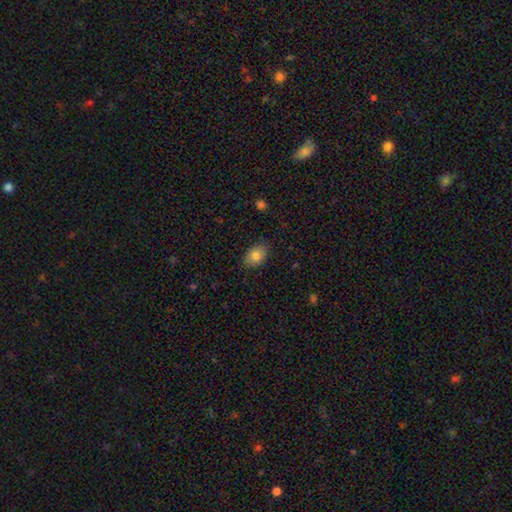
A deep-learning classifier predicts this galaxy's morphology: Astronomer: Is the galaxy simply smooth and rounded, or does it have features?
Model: smooth — 81%.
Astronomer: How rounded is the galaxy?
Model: in between — 80%.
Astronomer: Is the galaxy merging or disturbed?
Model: none — 84%.